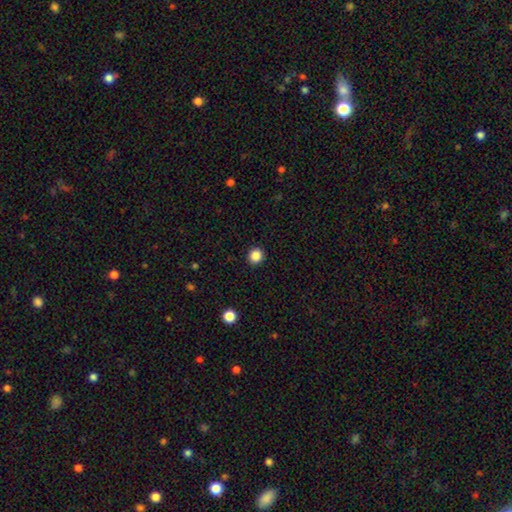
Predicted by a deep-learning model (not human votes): Smooth or featured?
  - smooth: 87% *
  - star or artifact: 11%
  - featured or disk: 3%
How rounded?
  - round: 90% *
  - in between: 9%
  - cigar-shaped: 1%
Merging?
  - none: 93% *
  - minor disturbance: 5%
  - major disturbance: 2%
  - merger: 1%